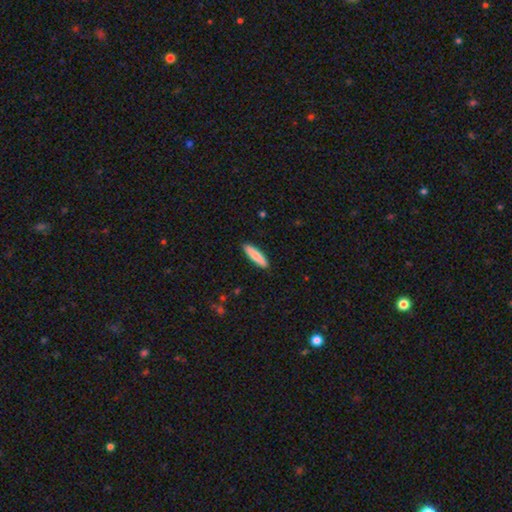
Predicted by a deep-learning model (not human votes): Morphology: type=smooth (84%); roundness=cigar-shaped (79%); merging=none (90%).